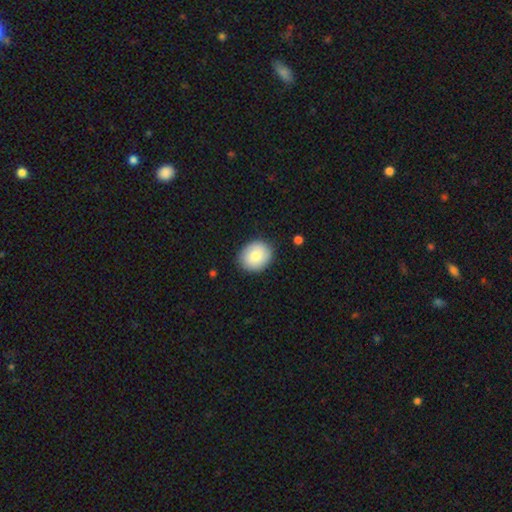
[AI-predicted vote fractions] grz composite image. It shows a smooth galaxy with no disk features (81%) that is round (63%). Merging: none (87%).